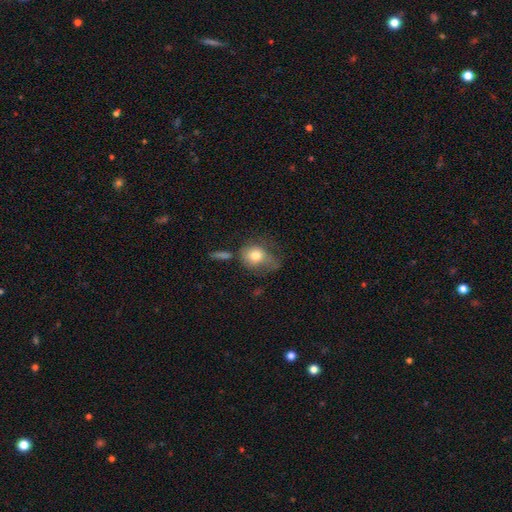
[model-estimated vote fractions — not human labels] Morphology: type=smooth (74%); roundness=round (54%); merging=major disturbance (32%).